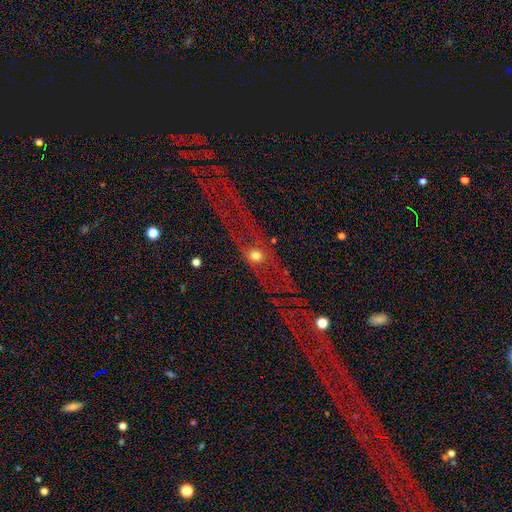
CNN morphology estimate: This is marginally a featured or disk galaxy (42%). Merging: likely none (61%).